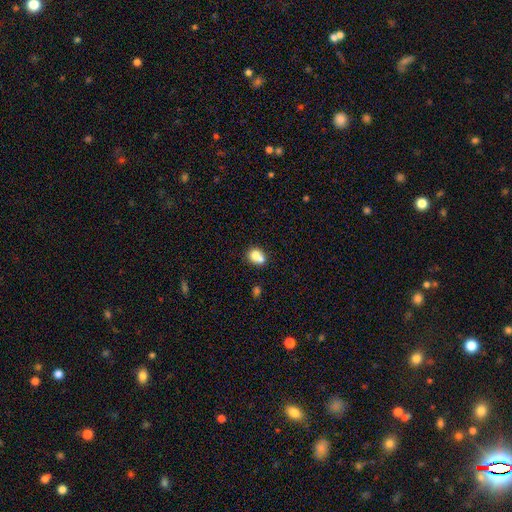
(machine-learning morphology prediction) This is likely a smooth galaxy (74%). How rounded: likely round (68%). Merging: possibly merger (51%).